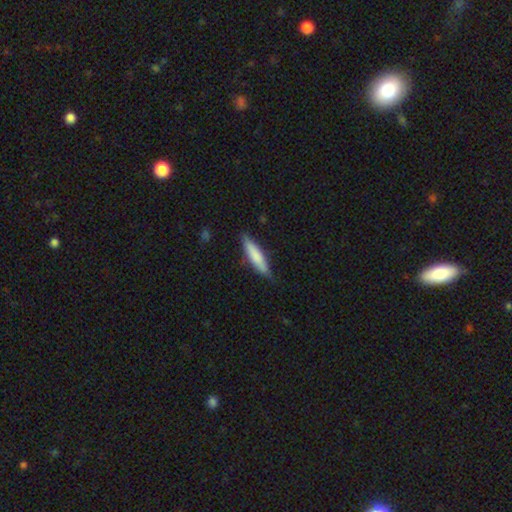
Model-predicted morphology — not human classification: Smooth or featured?
  - smooth: 74% *
  - featured or disk: 20%
  - star or artifact: 5%
How rounded?
  - cigar-shaped: 79% *
  - in between: 20%
  - round: 1%
Merging?
  - none: 81% *
  - minor disturbance: 15%
  - major disturbance: 2%
  - merger: 1%